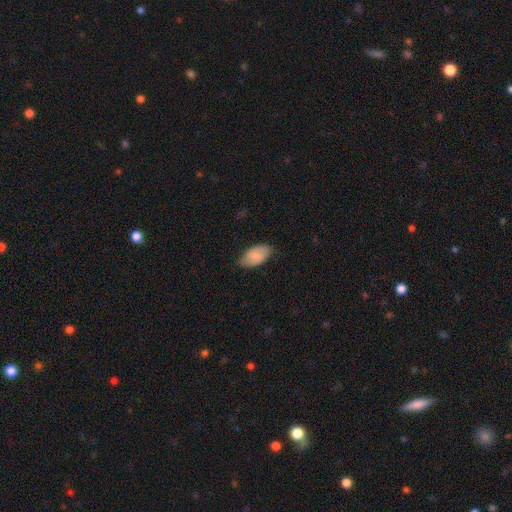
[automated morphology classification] smooth 78%, featured or disk 15%, star or artifact 6%. Down the decision tree: how rounded — in between (94%); merging — none (72%).